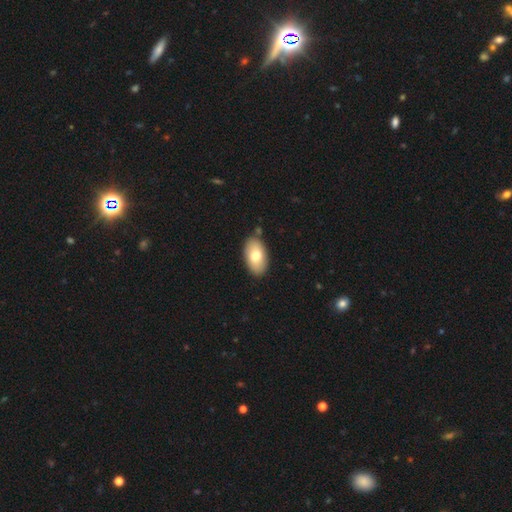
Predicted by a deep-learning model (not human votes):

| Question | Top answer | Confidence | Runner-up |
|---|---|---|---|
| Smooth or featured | smooth | 75% | featured or disk (18%) |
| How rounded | in between | 94% | round (4%) |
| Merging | none | 84% | minor disturbance (11%) |